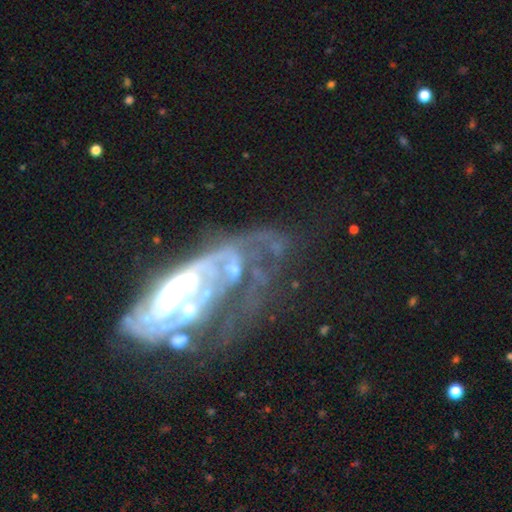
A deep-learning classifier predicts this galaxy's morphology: This appears to be a featured or disk galaxy (72%) with no bar (58%), spiral arms (60%) and a moderate central bulge (35%). Merging: major disturbance (41%).